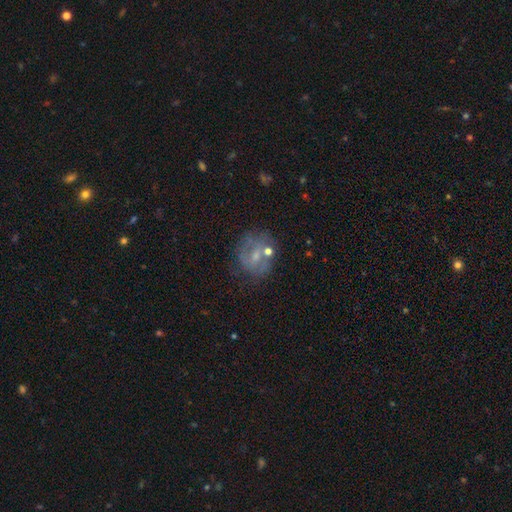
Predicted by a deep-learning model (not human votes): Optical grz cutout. It shows a featured or disk galaxy (53%) with no bar (52%), spiral arms (50%, tied with no) and a small central bulge (52%). Merging: none (56%).